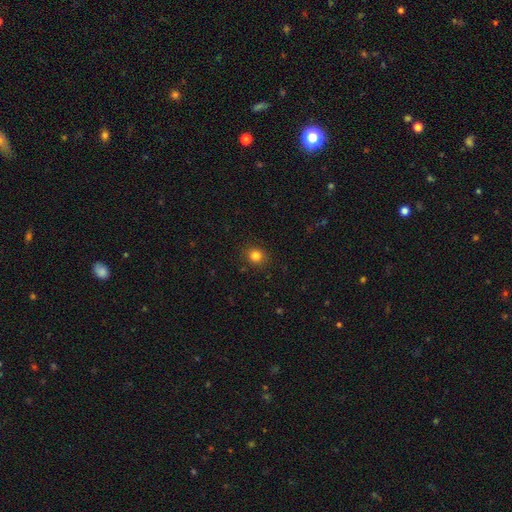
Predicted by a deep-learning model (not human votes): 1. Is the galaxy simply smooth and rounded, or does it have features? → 82% smooth, 13% star or artifact, 5% featured or disk.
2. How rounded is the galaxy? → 81% round, 18% in between, 1% cigar-shaped.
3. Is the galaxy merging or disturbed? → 89% none, 7% minor disturbance, 2% major disturbance, 1% merger.